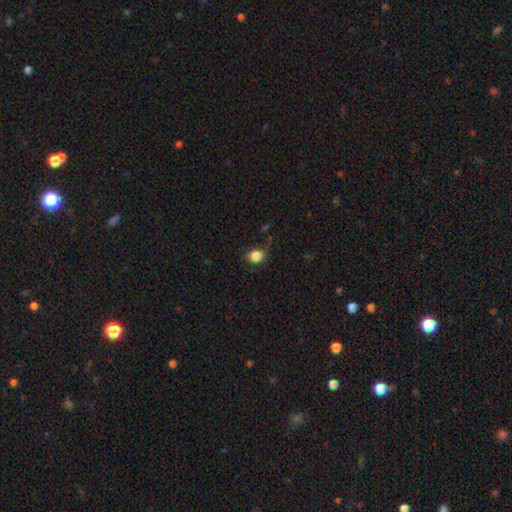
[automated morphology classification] The model was most divided on "how rounded": round: 61%, in between: 38%, cigar-shaped: 1%. More confident: smooth or featured — smooth (85%); merging — none (71%).